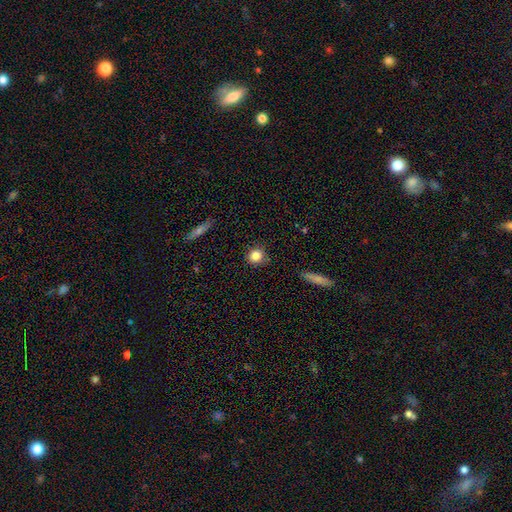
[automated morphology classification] smooth_or_featured: smooth (p=0.83) [alt: star or artifact p=0.10]
how_rounded: round (p=0.88) [alt: in between p=0.10]
merging: none (p=0.88) [alt: minor disturbance p=0.09]